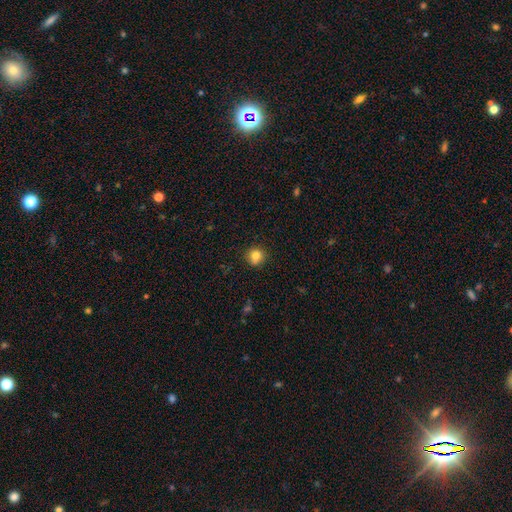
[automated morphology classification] smooth_or_featured: smooth (p=0.83) [alt: star or artifact p=0.11]
how_rounded: round (p=0.92) [alt: in between p=0.07]
merging: none (p=0.87) [alt: minor disturbance p=0.09]